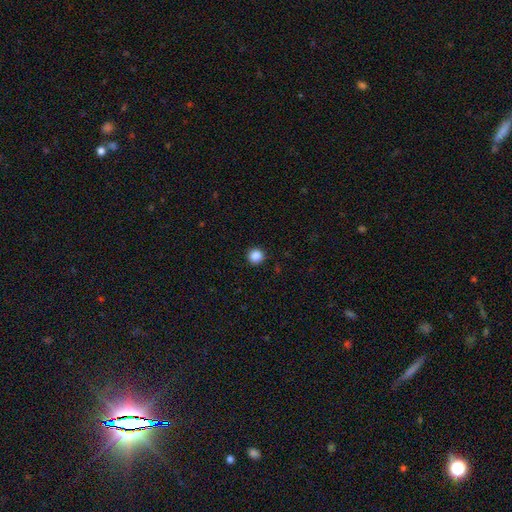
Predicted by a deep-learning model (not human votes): Smooth or featured?
  - smooth: 87% *
  - star or artifact: 10%
  - featured or disk: 3%
How rounded?
  - round: 95% *
  - in between: 4%
  - cigar-shaped: 1%
Merging?
  - none: 92% *
  - minor disturbance: 5%
  - major disturbance: 2%
  - merger: 1%